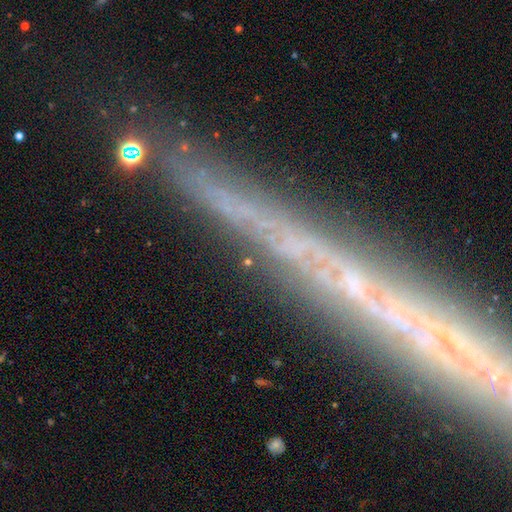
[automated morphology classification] Smooth or featured? featured or disk (60%)
Edge-on disk? yes (85%)
Edge-on bulge? none (73%)
Merging? none (83%)